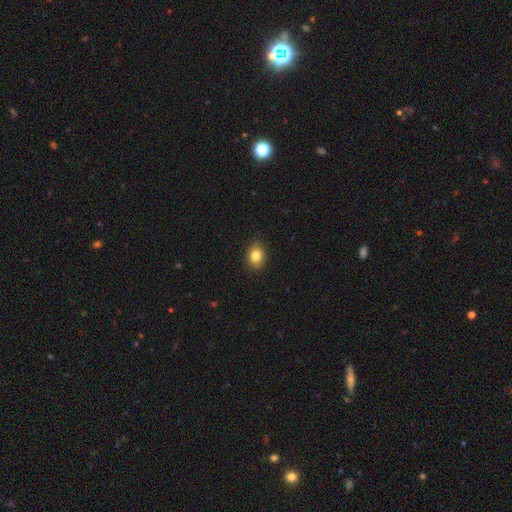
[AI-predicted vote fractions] A smooth galaxy with no disk features (83%) that is in between round and cigar-shaped (60%).

Vote fractions:
- Smooth or featured? smooth: 83% / star or artifact: 10% / featured or disk: 7%
- How rounded? in between: 60% / round: 38% / cigar-shaped: 1%
- Merging? none: 86% / minor disturbance: 11% / major disturbance: 2% / merger: 1%